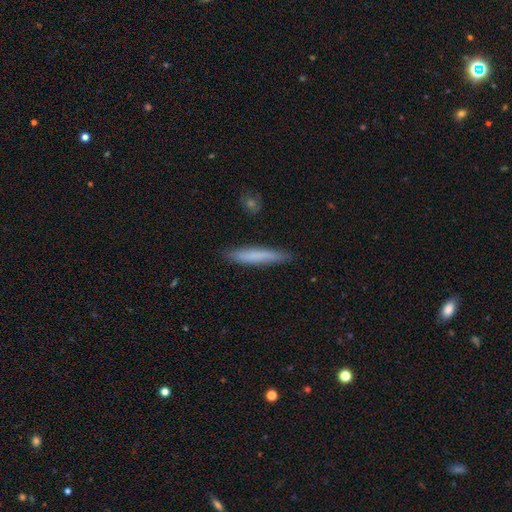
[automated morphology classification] Q: Smooth or featured?
A: smooth (73%); runner-up: featured or disk (21%)
Q: How rounded?
A: cigar-shaped (94%); runner-up: in between (4%)
Q: Merging?
A: none (88%); runner-up: minor disturbance (9%)